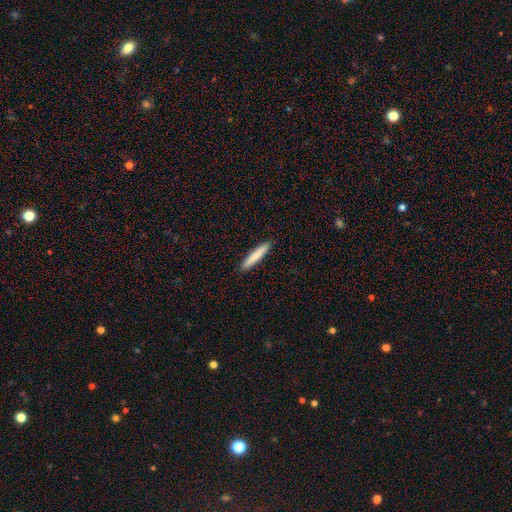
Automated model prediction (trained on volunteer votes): The model was most divided on "smooth or featured": smooth: 81%, featured or disk: 14%, star or artifact: 5%. More confident: how rounded — cigar-shaped (94%); merging — none (92%).